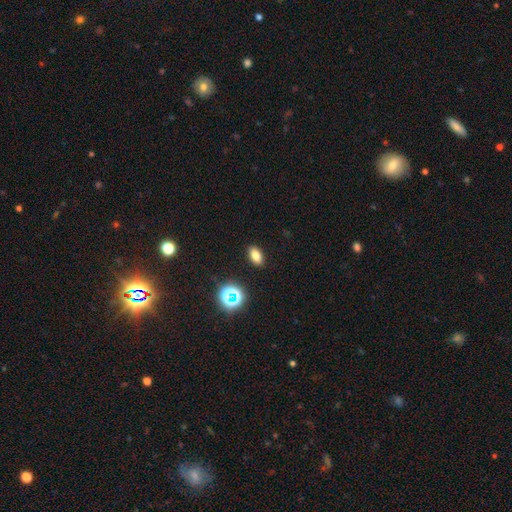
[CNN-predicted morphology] Q: Smooth or featured?
A: smooth (75%); runner-up: star or artifact (15%)
Q: How rounded?
A: in between (85%); runner-up: round (9%)
Q: Merging?
A: none (90%); runner-up: minor disturbance (7%)